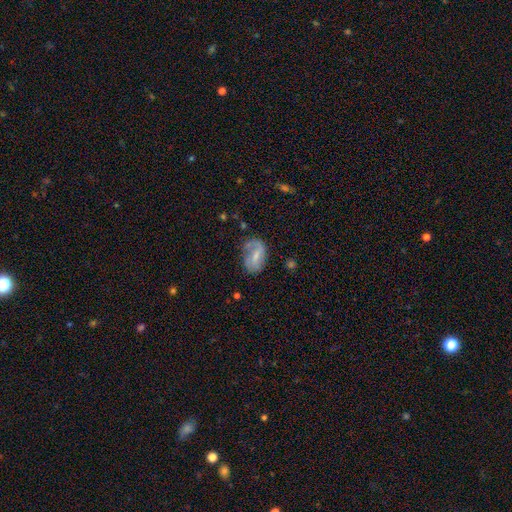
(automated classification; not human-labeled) This is possibly a smooth galaxy (48%). Merging: possibly none (50%).